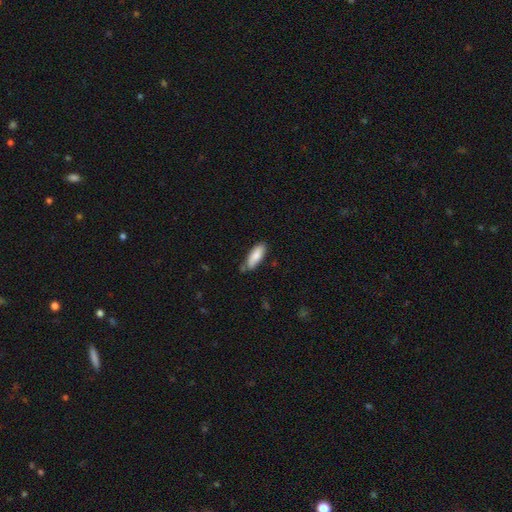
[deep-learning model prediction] Smooth or featured? smooth (82%)
How rounded? in between (66%)
Merging? none (68%)